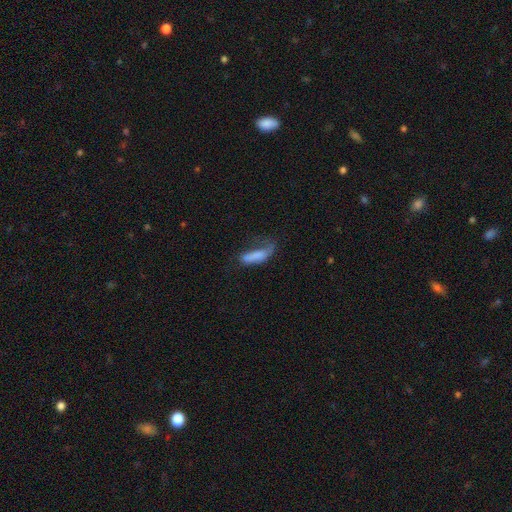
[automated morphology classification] Smooth or featured: smooth — 66% (featured or disk — 25%)
How rounded: in between — 54% (cigar-shaped — 43%)
Merging: major disturbance — 43% (none — 26%)